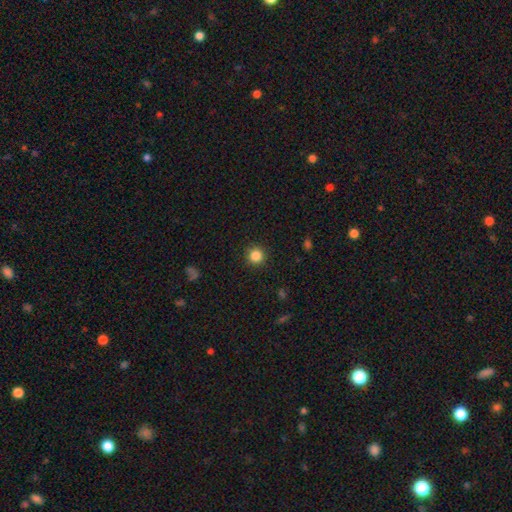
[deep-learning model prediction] A smooth galaxy with no disk features (85%) that is round (95%). Merging: none (92%).